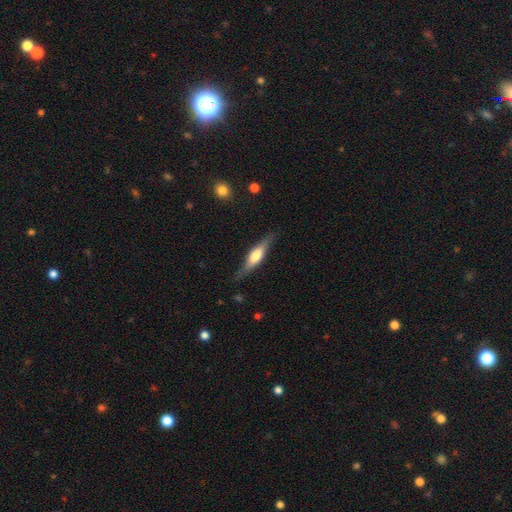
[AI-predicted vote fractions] Smooth or featured? featured or disk (57%)
Edge-on disk? yes (93%)
Edge-on bulge? rounded (76%)
Merging? none (81%)